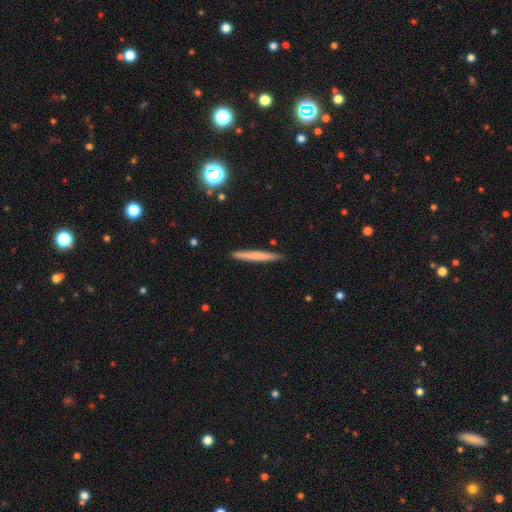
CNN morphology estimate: Q: Smooth or featured?
A: smooth (63%); runner-up: featured or disk (31%)
Q: How rounded?
A: cigar-shaped (97%); runner-up: in between (2%)
Q: Merging?
A: none (91%); runner-up: minor disturbance (6%)